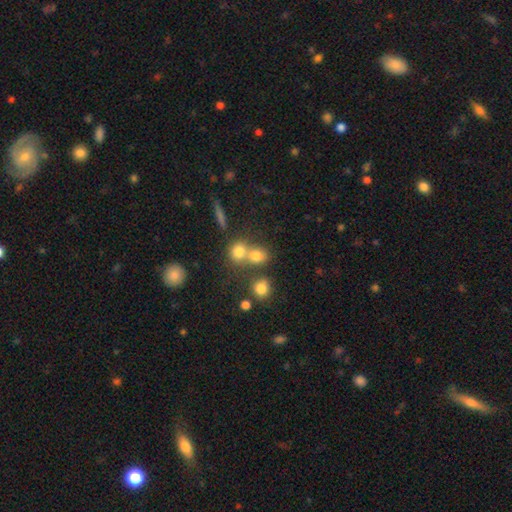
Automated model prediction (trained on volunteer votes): This is likely a smooth galaxy (75%). How rounded: likely round (71%). Merging: marginally none (44%, tied with merger).